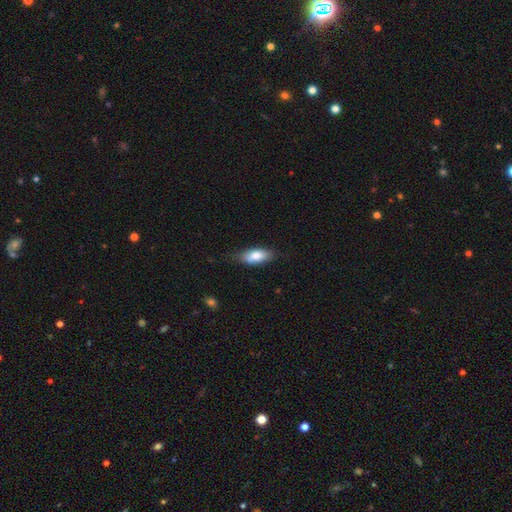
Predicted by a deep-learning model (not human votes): The model was most divided on "merging": none: 72%, minor disturbance: 22%, major disturbance: 4%, merger: 2%. More confident: how rounded — in between (81%); smooth or featured — smooth (79%).